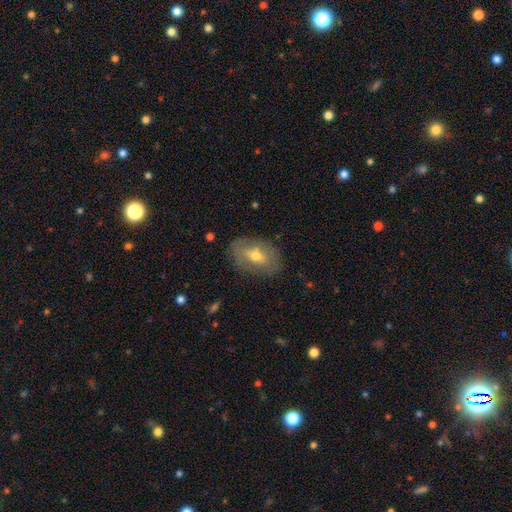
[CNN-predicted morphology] Q: Smooth or featured?
A: smooth (50%); runner-up: featured or disk (42%)
Q: How rounded?
A: in between (84%); runner-up: round (14%)
Q: Merging?
A: none (79%); runner-up: minor disturbance (15%)